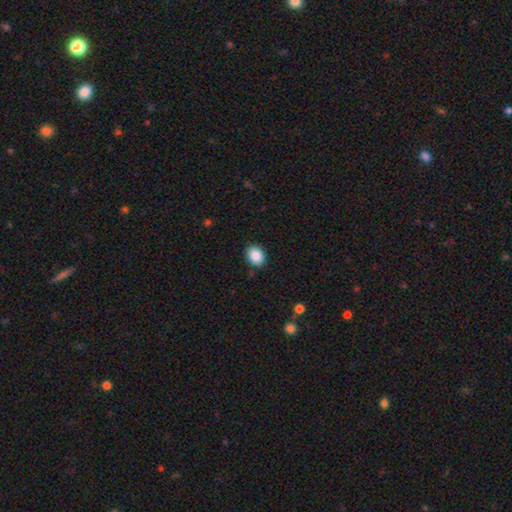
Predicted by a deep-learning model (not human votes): Smooth or featured? Predicted: smooth (p=0.88). How rounded? Predicted: in between (p=0.60). Merging? Predicted: none (p=0.88).